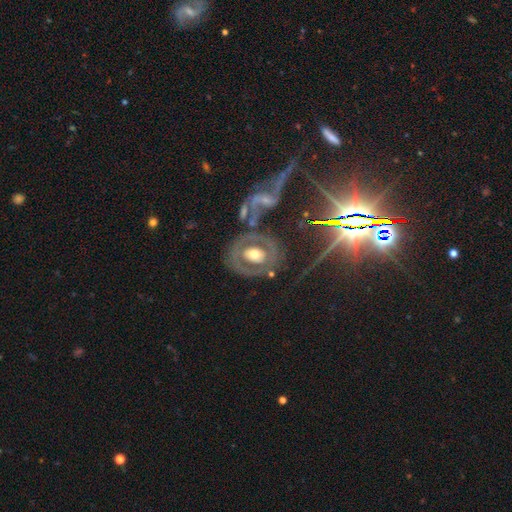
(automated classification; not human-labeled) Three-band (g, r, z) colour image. It shows a featured or disk galaxy (67%) with no bar (60%), no spiral arms (57%) and a moderate central bulge (69%). Merging: none (67%).